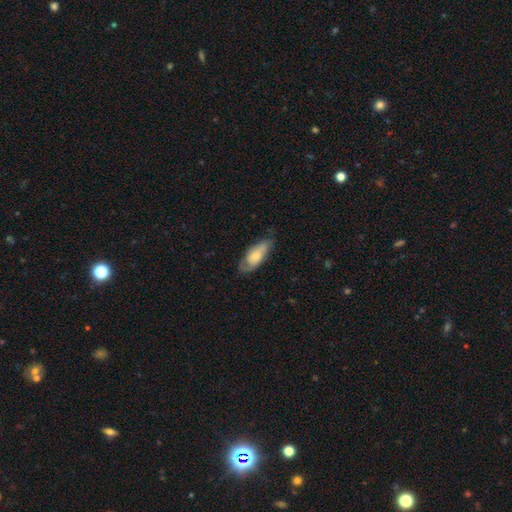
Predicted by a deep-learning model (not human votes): smooth 61%, featured or disk 33%, star or artifact 6%. Down the decision tree: how rounded — in between (78%); merging — none (60%).